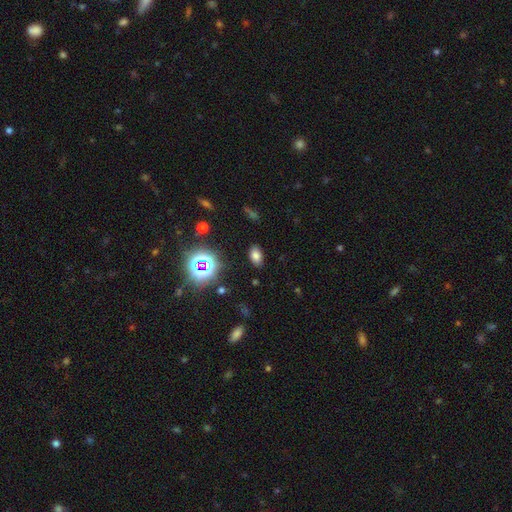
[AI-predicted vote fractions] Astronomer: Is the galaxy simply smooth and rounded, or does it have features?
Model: smooth — 70%.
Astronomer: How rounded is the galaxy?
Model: in between — 88%.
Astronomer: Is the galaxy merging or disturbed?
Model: none — 86%.